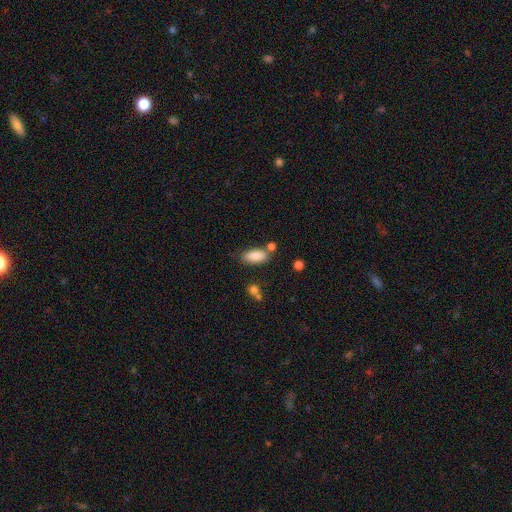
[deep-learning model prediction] Smooth or featured?
  - smooth: 86% *
  - featured or disk: 7%
  - star or artifact: 7%
How rounded?
  - in between: 89% *
  - cigar-shaped: 9%
  - round: 3%
Merging?
  - none: 70% *
  - minor disturbance: 15%
  - merger: 11%
  - major disturbance: 4%